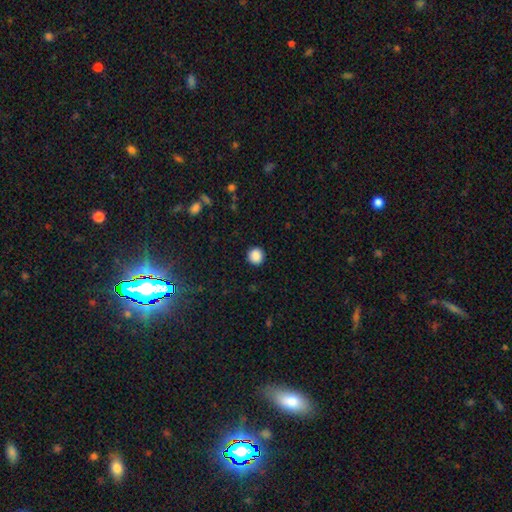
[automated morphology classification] smooth-or-featured: smooth: 88% | star or artifact: 9% | featured or disk: 3%
  how-rounded: round: 93% | in between: 6% | cigar-shaped: 1%
  merging: none: 92% | minor disturbance: 5% | major disturbance: 2% | merger: 1%